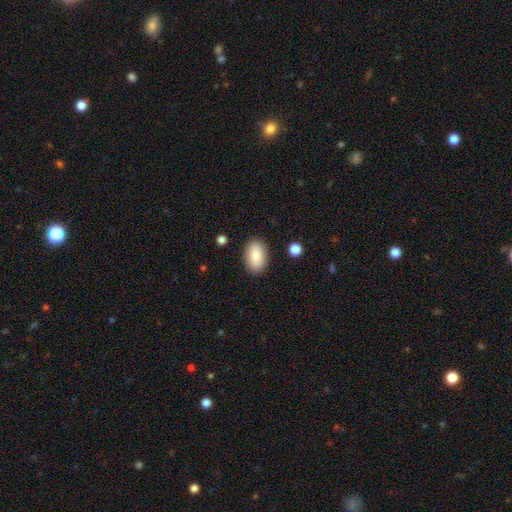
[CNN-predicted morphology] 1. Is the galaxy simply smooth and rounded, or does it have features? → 82% smooth, 11% featured or disk, 7% star or artifact.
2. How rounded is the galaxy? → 91% in between, 7% round, 2% cigar-shaped.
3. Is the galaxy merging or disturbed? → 87% none, 9% minor disturbance, 2% major disturbance, 2% merger.